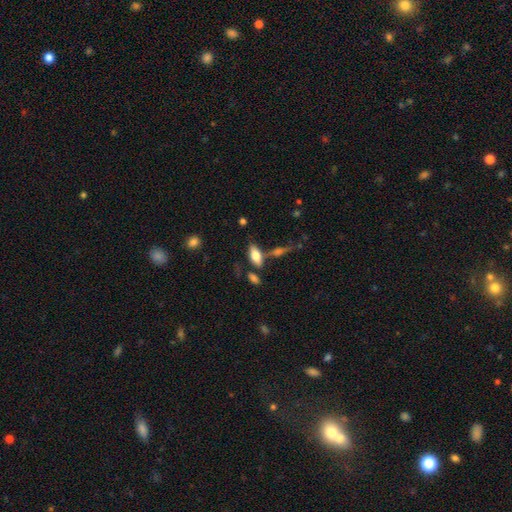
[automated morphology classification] Overall: smooth (66%). How rounded: in between (83%). Merging: none (67%).